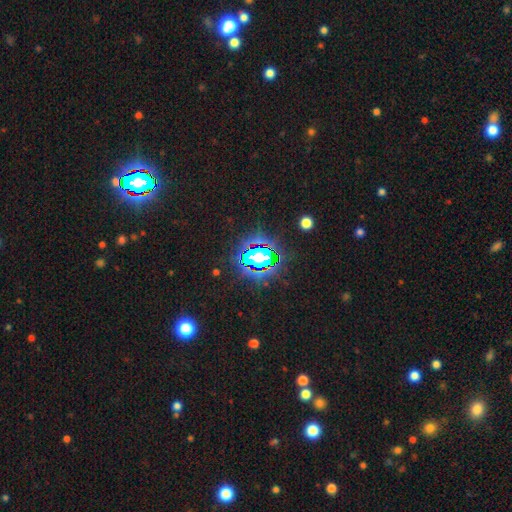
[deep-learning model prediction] Smooth or featured? star or artifact (81%)